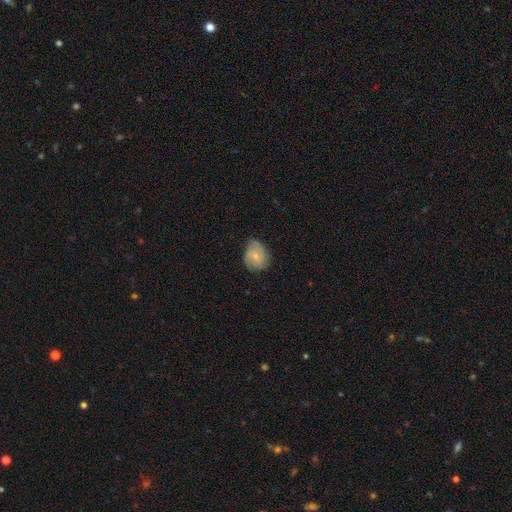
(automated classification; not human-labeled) The model was most divided on "merging": none: 52%, minor disturbance: 38%, major disturbance: 9%, merger: 1%. More confident: smooth or featured — smooth (66%); how rounded — round (57%).